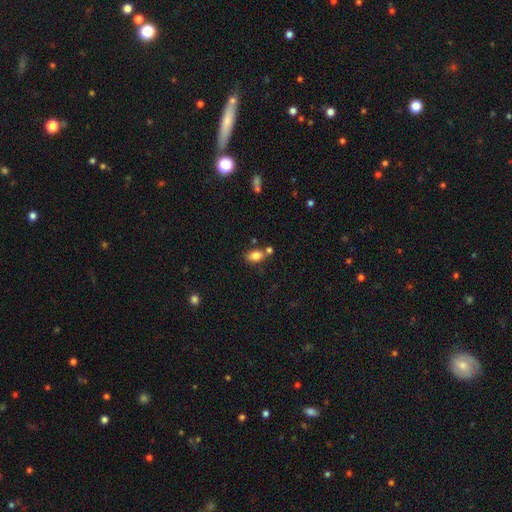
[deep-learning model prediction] smooth-or-featured: smooth: 83% | star or artifact: 10% | featured or disk: 7%
  how-rounded: in between: 83% | round: 14% | cigar-shaped: 2%
  merging: none: 62% | merger: 18% | minor disturbance: 15% | major disturbance: 4%